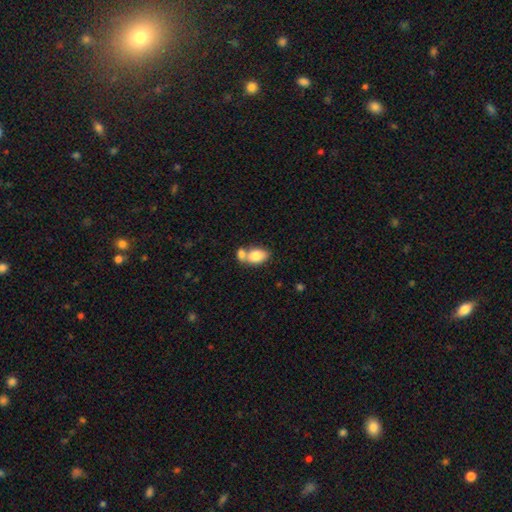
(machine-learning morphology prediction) Smooth or featured?
  - smooth: 80% *
  - featured or disk: 12%
  - star or artifact: 8%
How rounded?
  - in between: 85% *
  - round: 14%
  - cigar-shaped: 1%
Merging?
  - merger: 50% *
  - none: 36%
  - minor disturbance: 10%
  - major disturbance: 4%